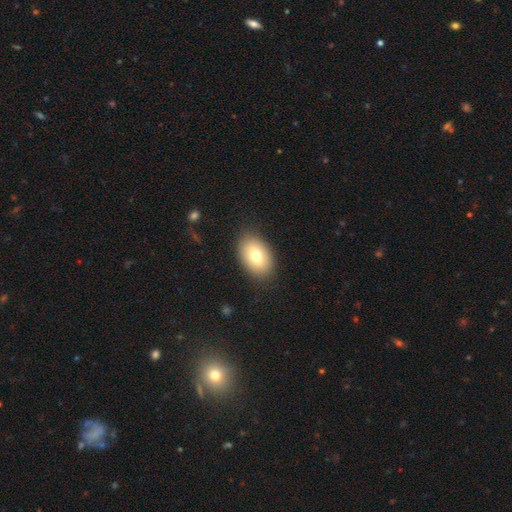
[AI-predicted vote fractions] smooth 75%, featured or disk 17%, star or artifact 8%. Down the decision tree: how rounded — in between (88%); merging — none (86%).